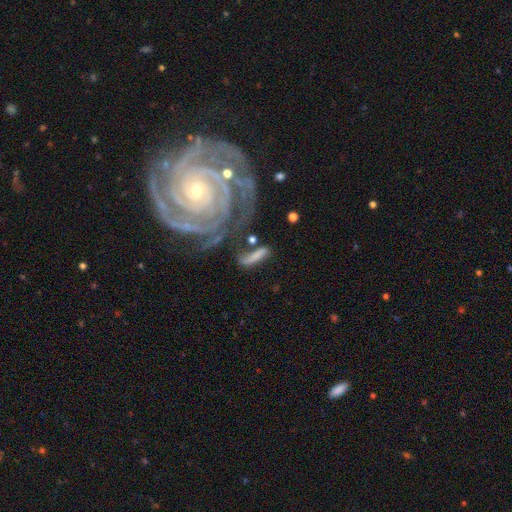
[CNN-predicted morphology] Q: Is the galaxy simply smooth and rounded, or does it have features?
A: smooth — 64%.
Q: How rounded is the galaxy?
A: cigar-shaped — 69%.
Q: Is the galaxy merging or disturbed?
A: none — 58%.